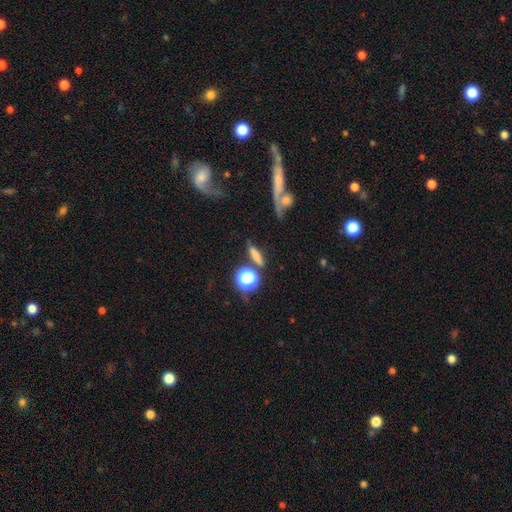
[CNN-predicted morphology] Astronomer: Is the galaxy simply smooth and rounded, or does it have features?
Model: smooth — 63%.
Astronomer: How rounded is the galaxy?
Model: cigar-shaped — 58%.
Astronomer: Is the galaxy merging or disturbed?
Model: none — 69%.